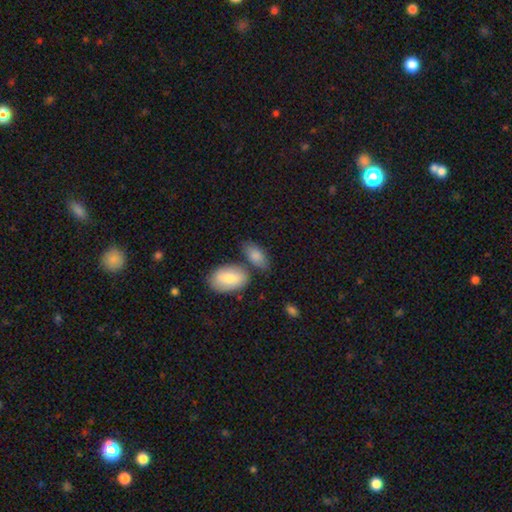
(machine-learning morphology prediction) smooth-or-featured: smooth: 83% | featured or disk: 11% | star or artifact: 6%
  how-rounded: in between: 90% | round: 5% | cigar-shaped: 5%
  merging: none: 61% | merger: 18% | minor disturbance: 17% | major disturbance: 5%